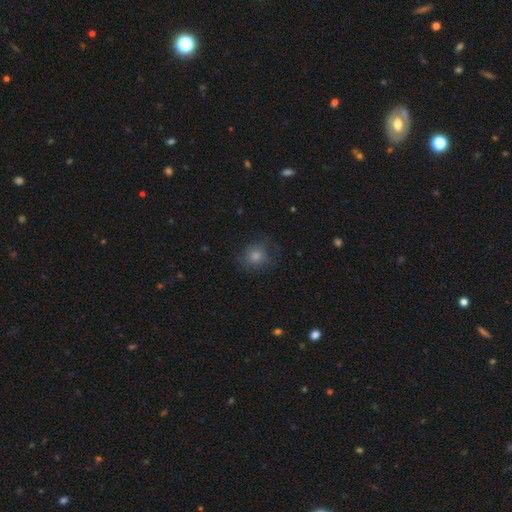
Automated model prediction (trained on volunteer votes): smooth 68%, star or artifact 19%, featured or disk 13%. Down the decision tree: how rounded — round (82%); merging — none (75%).